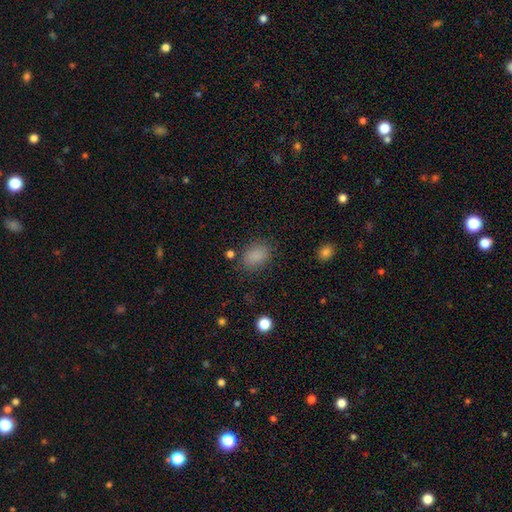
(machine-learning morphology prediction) Smooth or featured? smooth (85%)
How rounded? in between (78%)
Merging? none (81%)